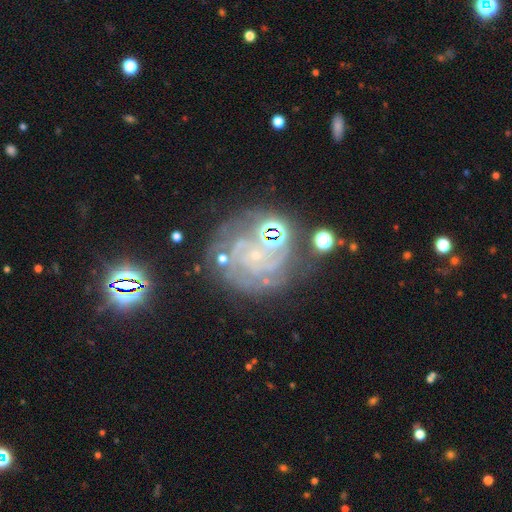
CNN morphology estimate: Overall: featured or disk (79%). Edge-on disk: no (98%). Bar: no (77%). Spiral arms: yes (91%). Spiral arm count: can't tell (34%; 3 19%). Spiral winding: tight (69%). Bulge size: small (78%). Merging: none (64%).